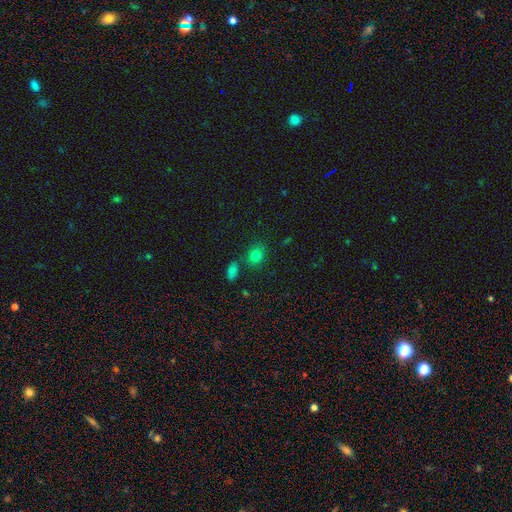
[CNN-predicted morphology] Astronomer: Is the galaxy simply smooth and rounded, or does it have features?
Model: smooth — 79%.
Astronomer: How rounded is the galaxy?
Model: round — 58% (runner-up: in between, 41%).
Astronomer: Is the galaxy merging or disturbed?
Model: none — 73%.